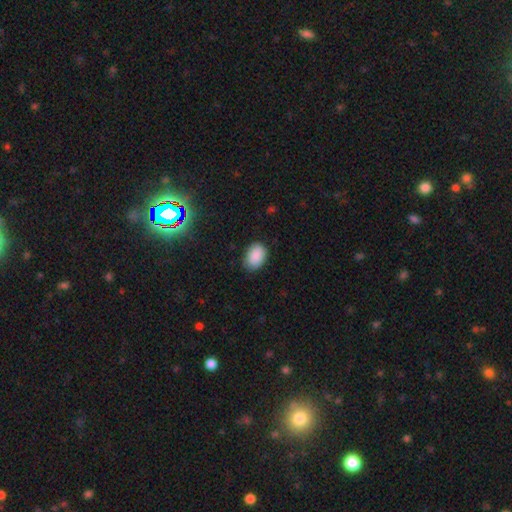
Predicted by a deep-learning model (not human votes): Overall: smooth (89%). How rounded: in between (83%). Merging: none (82%).